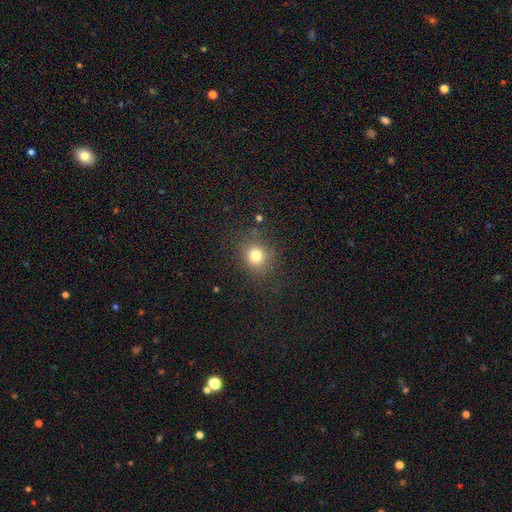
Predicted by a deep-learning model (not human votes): Smooth or featured?
  - smooth: 77% *
  - star or artifact: 16%
  - featured or disk: 7%
How rounded?
  - round: 81% *
  - in between: 18%
  - cigar-shaped: 1%
Merging?
  - none: 82% *
  - minor disturbance: 11%
  - major disturbance: 5%
  - merger: 2%